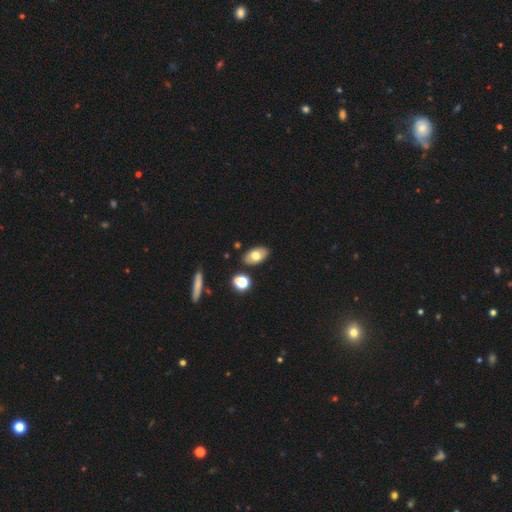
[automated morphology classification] smooth-or-featured: smooth: 72% | featured or disk: 19% | star or artifact: 9%
  how-rounded: in between: 91% | round: 7% | cigar-shaped: 3%
  merging: none: 84% | minor disturbance: 10% | merger: 4% | major disturbance: 2%